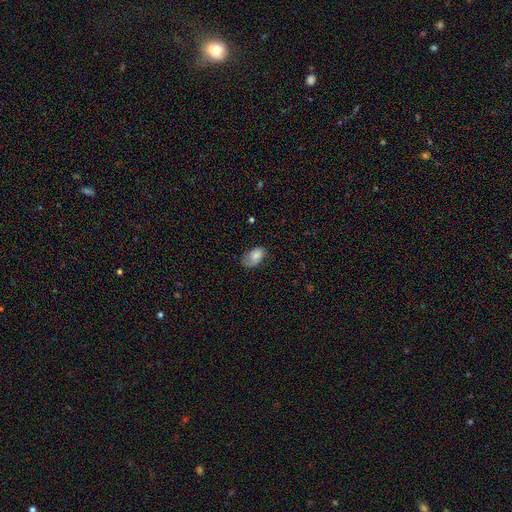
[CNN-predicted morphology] smooth_or_featured: smooth (p=0.77) [alt: featured or disk p=0.15]
how_rounded: in between (p=0.91) [alt: round p=0.07]
merging: none (p=0.53) [alt: minor disturbance p=0.33]